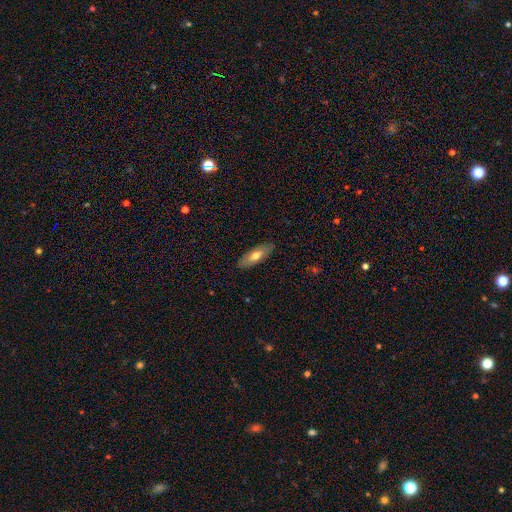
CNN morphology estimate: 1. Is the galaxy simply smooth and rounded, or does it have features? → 65% smooth, 29% featured or disk, 6% star or artifact.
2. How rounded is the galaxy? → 65% in between, 32% cigar-shaped, 2% round.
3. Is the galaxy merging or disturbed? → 88% none, 9% minor disturbance, 2% major disturbance, 1% merger.